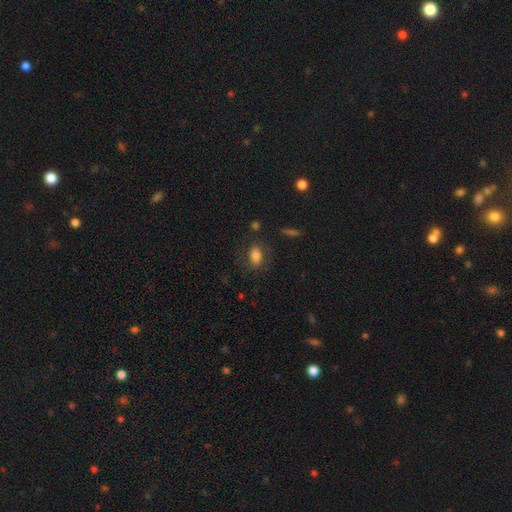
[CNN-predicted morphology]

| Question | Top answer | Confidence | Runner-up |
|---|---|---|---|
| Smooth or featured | smooth | 75% | featured or disk (16%) |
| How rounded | in between | 82% | round (15%) |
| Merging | none | 72% | minor disturbance (16%) |